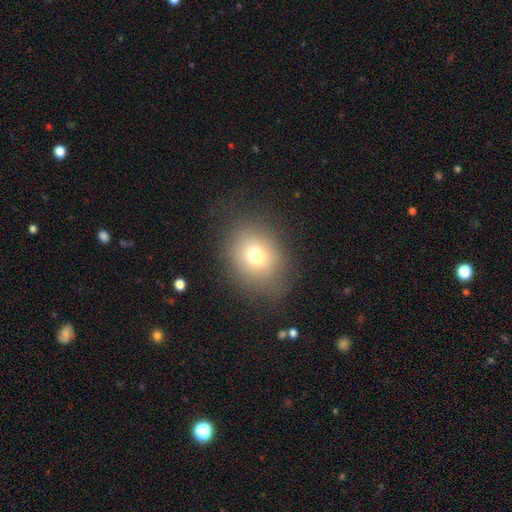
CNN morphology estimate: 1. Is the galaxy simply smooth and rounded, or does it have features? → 71% smooth, 15% star or artifact, 14% featured or disk.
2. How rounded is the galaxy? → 55% round, 44% in between, 1% cigar-shaped.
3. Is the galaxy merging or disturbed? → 75% none, 15% minor disturbance, 8% major disturbance, 1% merger.